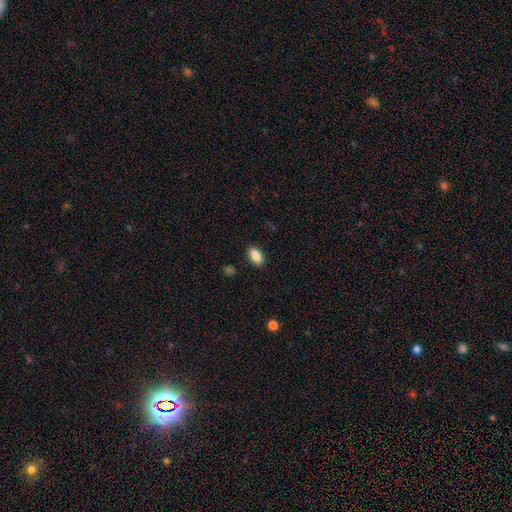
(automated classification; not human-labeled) The model was most divided on "merging": none: 88%, minor disturbance: 8%, major disturbance: 2%, merger: 1%. More confident: how rounded — in between (92%); smooth or featured — smooth (88%).